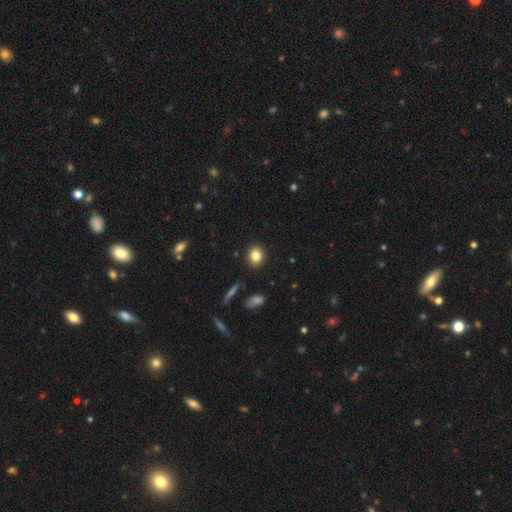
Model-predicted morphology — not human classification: Q: Smooth or featured?
A: smooth (83%); runner-up: star or artifact (10%)
Q: How rounded?
A: round (57%); runner-up: in between (42%)
Q: Merging?
A: none (90%); runner-up: minor disturbance (7%)